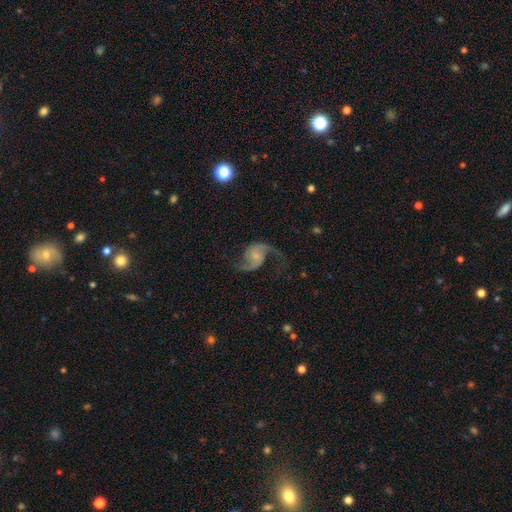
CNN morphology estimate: This appears to be a featured or disk galaxy (90%) with no bar (57%), 2 (93%) loose (63%) spiral arms (97%) and a small central bulge (57%). Merging: none (71%).